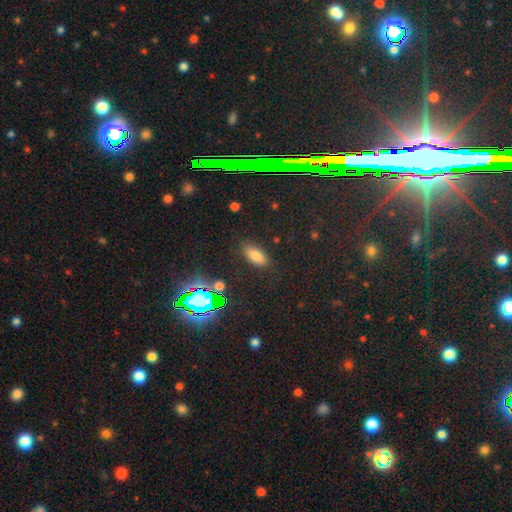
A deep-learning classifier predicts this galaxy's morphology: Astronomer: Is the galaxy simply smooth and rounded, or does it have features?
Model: smooth — 73%.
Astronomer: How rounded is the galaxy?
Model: in between — 83%.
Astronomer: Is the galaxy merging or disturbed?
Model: none — 83%.